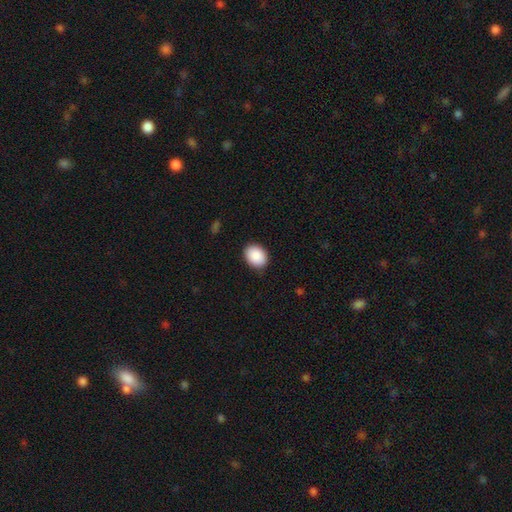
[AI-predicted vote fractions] Smooth or featured?
  - smooth: 90% *
  - star or artifact: 7%
  - featured or disk: 3%
How rounded?
  - in between: 62% *
  - round: 37%
  - cigar-shaped: 1%
Merging?
  - none: 88% *
  - minor disturbance: 9%
  - major disturbance: 2%
  - merger: 1%